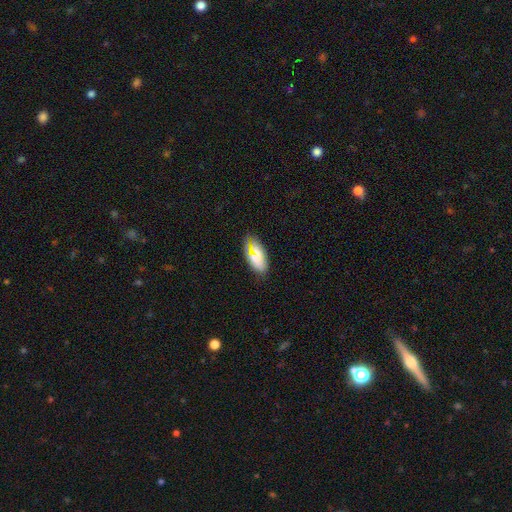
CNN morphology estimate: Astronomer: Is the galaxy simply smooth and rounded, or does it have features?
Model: smooth — 68%.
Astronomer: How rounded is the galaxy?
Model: in between — 88%.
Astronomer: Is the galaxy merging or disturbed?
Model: none — 77%.